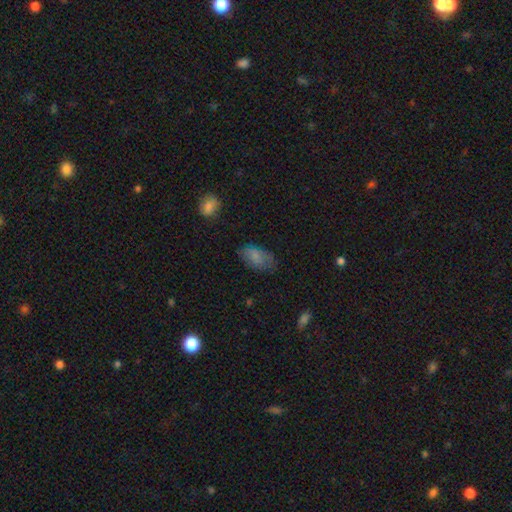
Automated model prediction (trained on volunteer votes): smooth 78%, featured or disk 14%, star or artifact 8%. Down the decision tree: how rounded — in between (93%); merging — none (66%).